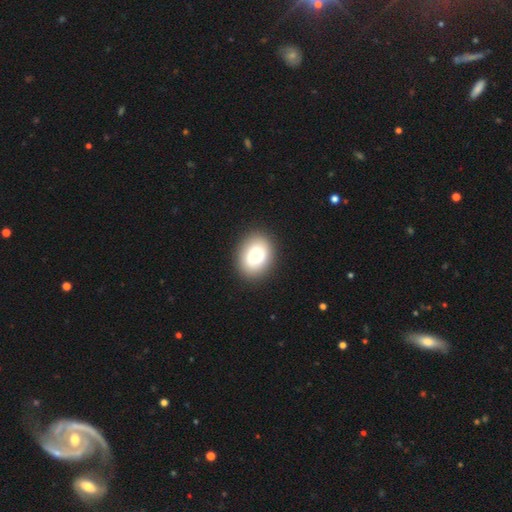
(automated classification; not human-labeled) A smooth galaxy with no disk features (76%) that is in between round and cigar-shaped (61%).

Vote fractions:
- Smooth or featured? smooth: 76% / featured or disk: 15% / star or artifact: 9%
- How rounded? in between: 61% / round: 39% / cigar-shaped: 1%
- Merging? none: 90% / minor disturbance: 7% / major disturbance: 2% / merger: 1%